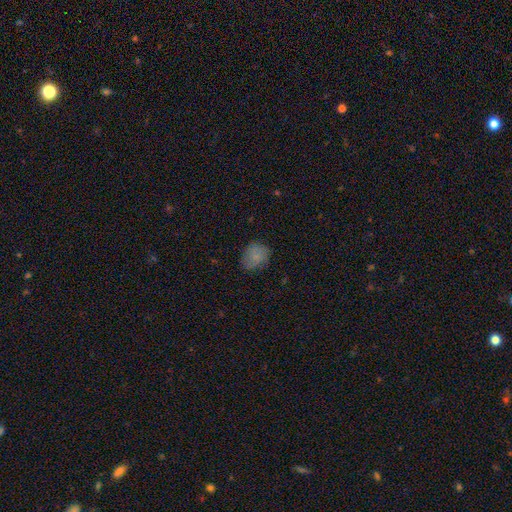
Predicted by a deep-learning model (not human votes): Smooth or featured? Predicted: smooth (p=0.77). How rounded? Predicted: round (p=0.56). Merging? Predicted: none (p=0.70).